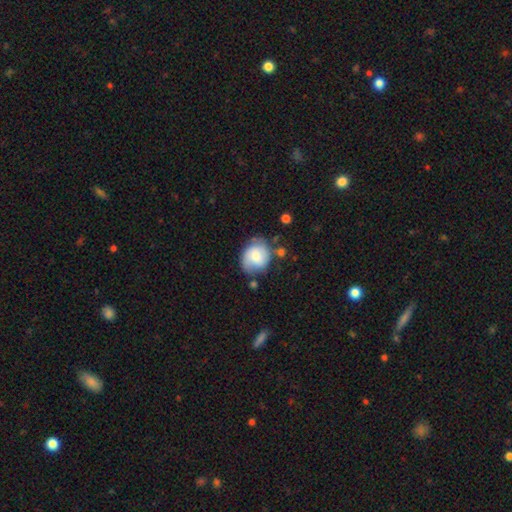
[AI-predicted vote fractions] This is possibly a smooth galaxy (53%). How rounded: likely round (61%). Merging: likely none (62%).